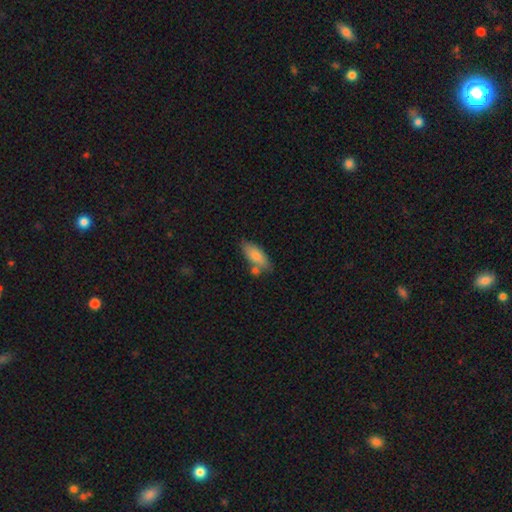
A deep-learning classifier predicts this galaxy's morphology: smooth-or-featured: smooth: 75% | featured or disk: 18% | star or artifact: 7%
  how-rounded: in between: 72% | cigar-shaped: 25% | round: 3%
  merging: none: 70% | minor disturbance: 16% | merger: 12% | major disturbance: 3%